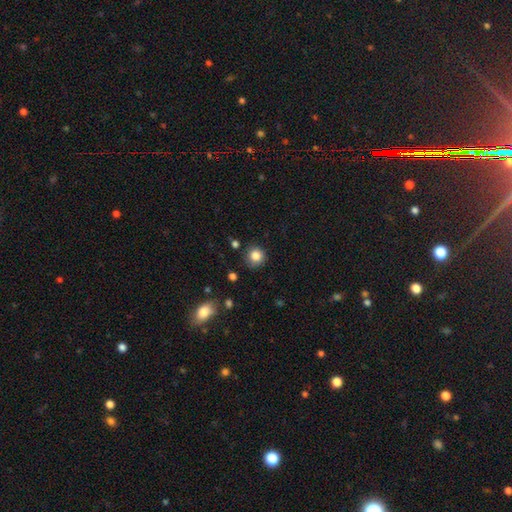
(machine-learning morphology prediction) Q: Smooth or featured?
A: smooth (84%); runner-up: star or artifact (10%)
Q: How rounded?
A: round (91%); runner-up: in between (8%)
Q: Merging?
A: none (83%); runner-up: minor disturbance (12%)